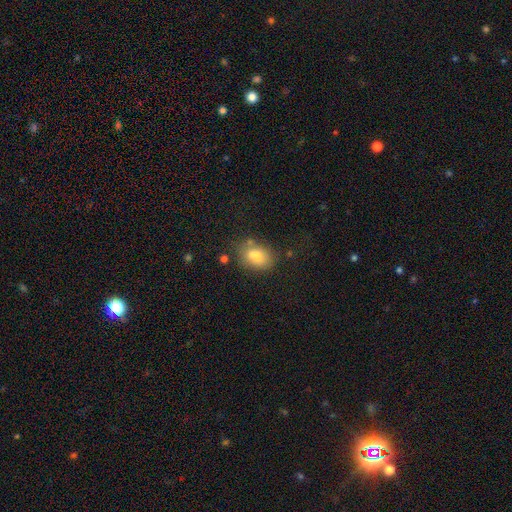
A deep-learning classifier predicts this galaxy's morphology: A smooth galaxy with no disk features (80%) that is in between round and cigar-shaped (77%).

Vote fractions:
- Smooth or featured? smooth: 80% / featured or disk: 10% / star or artifact: 10%
- How rounded? in between: 77% / round: 21% / cigar-shaped: 1%
- Merging? none: 61% / minor disturbance: 20% / merger: 13% / major disturbance: 6%